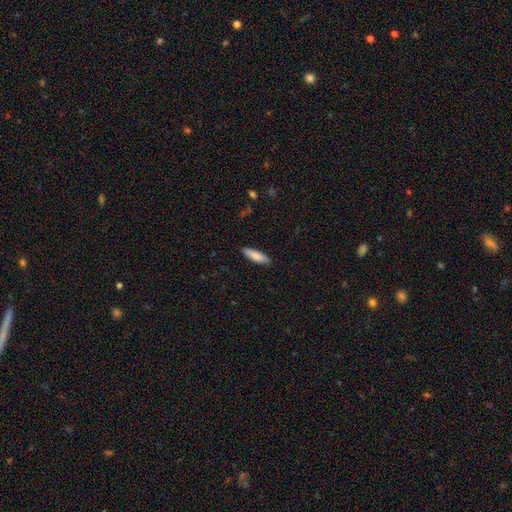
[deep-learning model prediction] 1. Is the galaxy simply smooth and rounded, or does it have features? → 83% smooth, 11% featured or disk, 5% star or artifact.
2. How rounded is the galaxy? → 65% cigar-shaped, 34% in between, 1% round.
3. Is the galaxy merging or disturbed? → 89% none, 9% minor disturbance, 2% major disturbance, 1% merger.